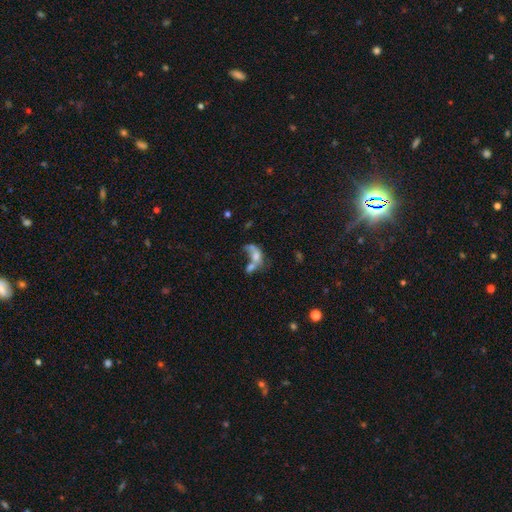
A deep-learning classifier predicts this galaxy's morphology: Smooth or featured? smooth (51%)
How rounded? in between (78%)
Merging? merger (58%)